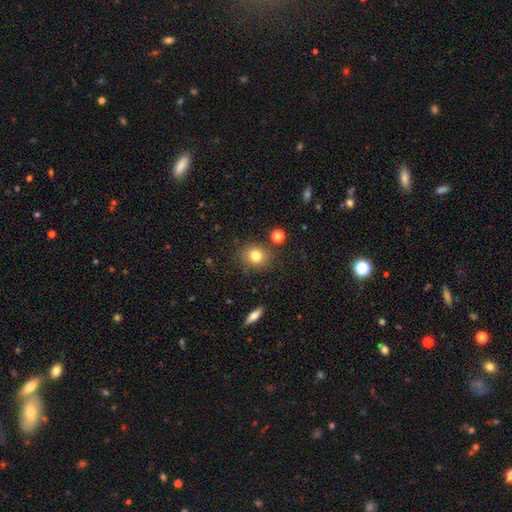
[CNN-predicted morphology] Q: Smooth or featured?
A: smooth (79%); runner-up: star or artifact (12%)
Q: How rounded?
A: round (79%); runner-up: in between (20%)
Q: Merging?
A: none (83%); runner-up: minor disturbance (10%)